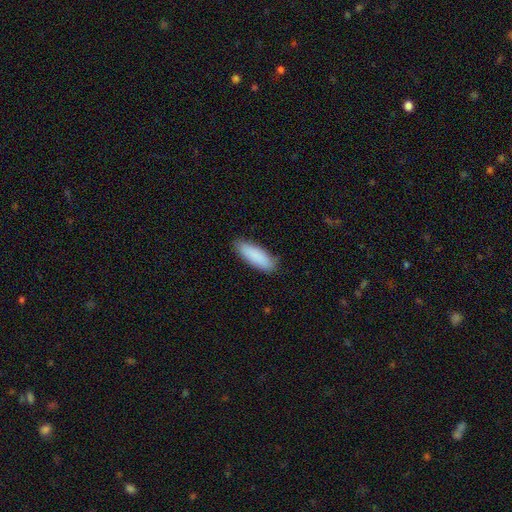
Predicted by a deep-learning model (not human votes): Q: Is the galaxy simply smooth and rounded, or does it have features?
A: smooth — 89%.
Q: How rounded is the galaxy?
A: in between — 56%.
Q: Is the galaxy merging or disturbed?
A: none — 83%.